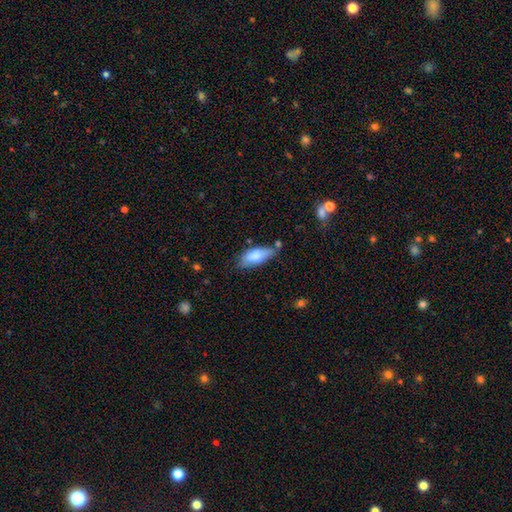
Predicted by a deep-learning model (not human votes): Overall: smooth (76%). How rounded: in between (73%). Merging: none (58%; minor disturbance 28%).